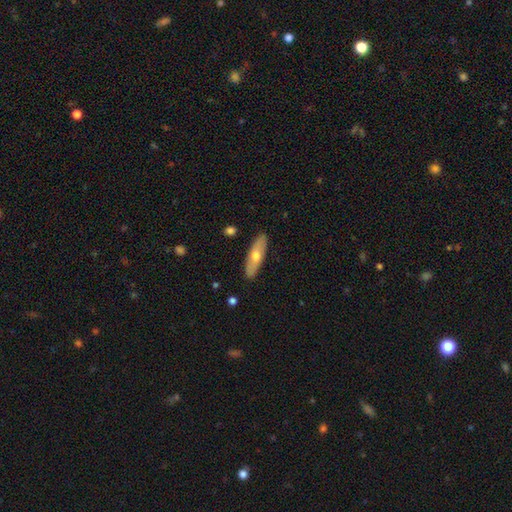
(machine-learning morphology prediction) smooth-or-featured: smooth: 54% | featured or disk: 40% | star or artifact: 6%
  how-rounded: cigar-shaped: 50% | in between: 47% | round: 3%
  merging: none: 88% | minor disturbance: 9% | major disturbance: 2% | merger: 1%